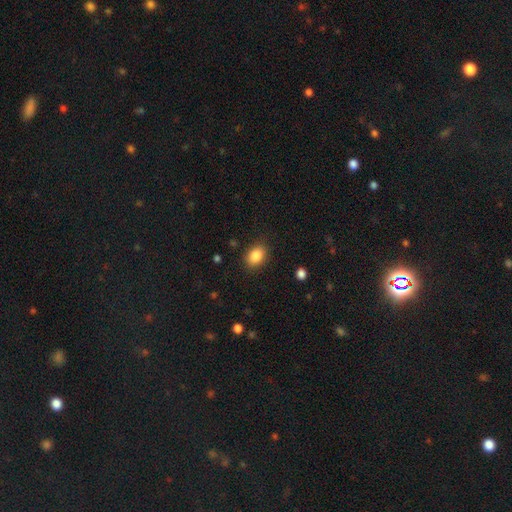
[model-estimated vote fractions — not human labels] Overall: smooth (87%). How rounded: in between (74%). Merging: none (86%).